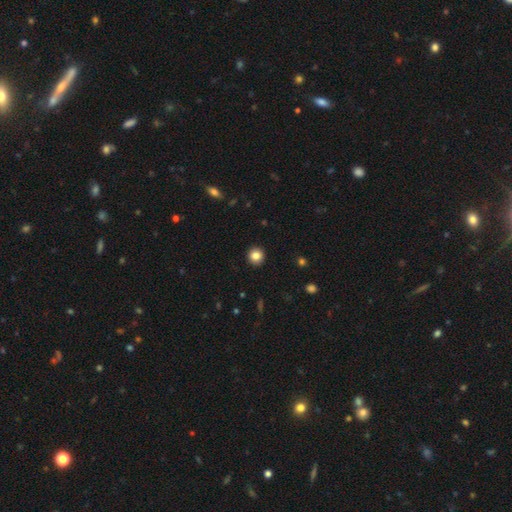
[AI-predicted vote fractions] Smooth or featured? smooth (85%)
How rounded? round (93%)
Merging? none (93%)